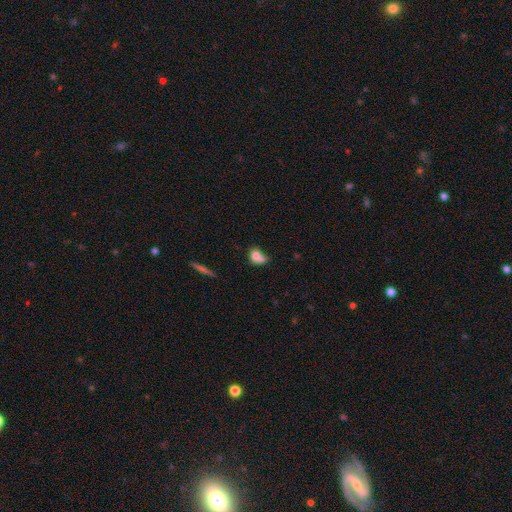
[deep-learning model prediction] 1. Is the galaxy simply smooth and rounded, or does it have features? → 73% smooth, 17% featured or disk, 10% star or artifact.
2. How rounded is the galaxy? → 59% in between, 37% round, 4% cigar-shaped.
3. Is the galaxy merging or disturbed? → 32% merger, 30% none, 21% minor disturbance, 16% major disturbance.